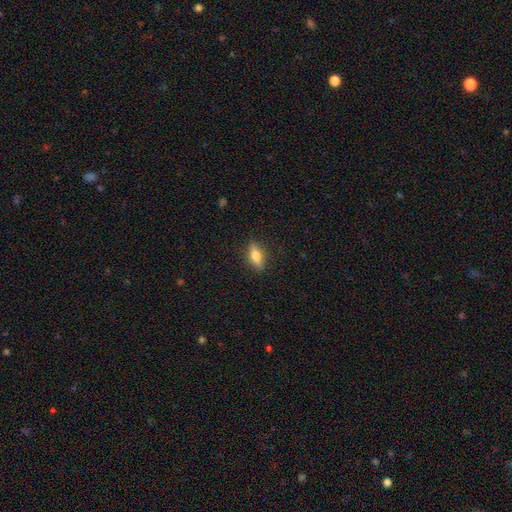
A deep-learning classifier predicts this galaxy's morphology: This is possibly a smooth galaxy (60%). How rounded: possibly in between (60%). Merging: clearly none (86%).